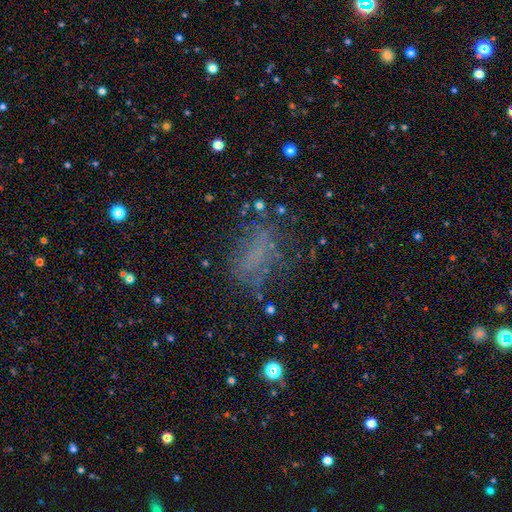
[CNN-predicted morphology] smooth_or_featured: smooth (p=0.46) [alt: star or artifact p=0.30]
merging: none (p=0.52) [alt: major disturbance p=0.22]